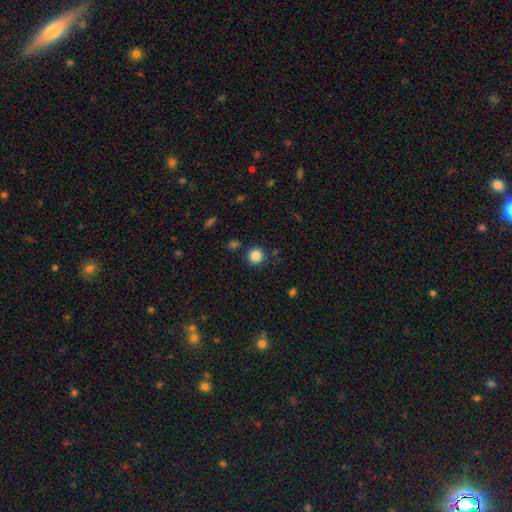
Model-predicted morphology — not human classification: A smooth galaxy with no disk features (86%) that is round (93%). Merging: none (86%).